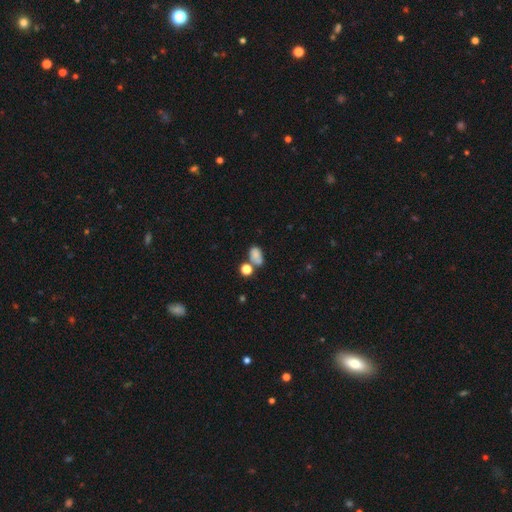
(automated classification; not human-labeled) Smooth or featured?
  - smooth: 76% *
  - star or artifact: 13%
  - featured or disk: 11%
How rounded?
  - in between: 80% *
  - round: 18%
  - cigar-shaped: 2%
Merging?
  - none: 43% *
  - merger: 31%
  - minor disturbance: 17%
  - major disturbance: 9%